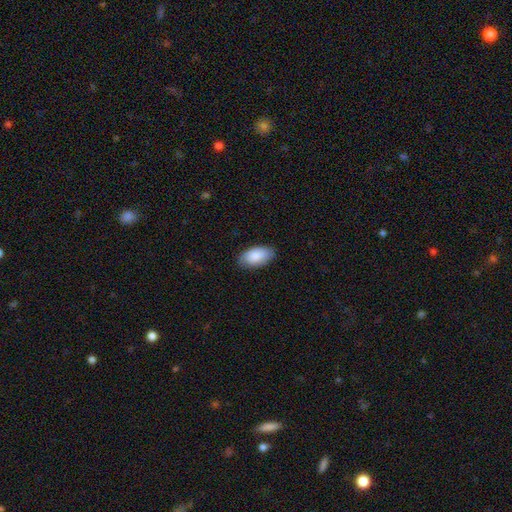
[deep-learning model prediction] smooth_or_featured: smooth (p=0.87) [alt: featured or disk p=0.08]
how_rounded: in between (p=0.95) [alt: round p=0.03]
merging: none (p=0.84) [alt: minor disturbance p=0.13]